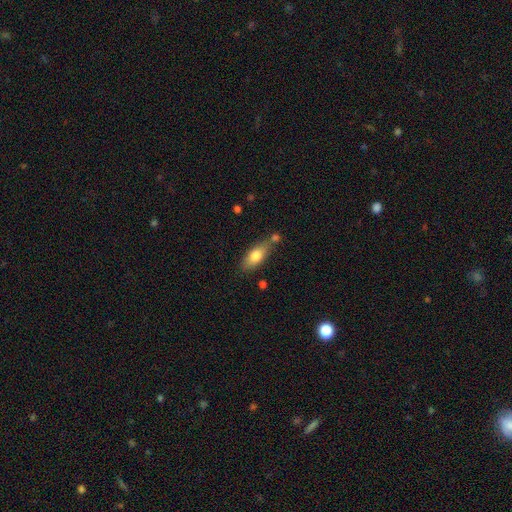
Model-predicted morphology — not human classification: smooth 75%, featured or disk 18%, star or artifact 7%. Down the decision tree: how rounded — in between (77%); merging — none (63%).